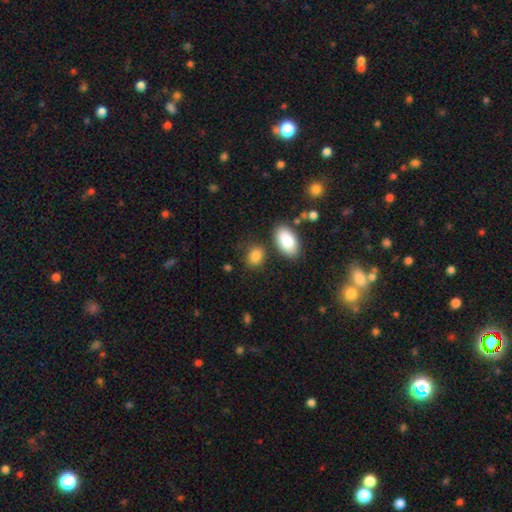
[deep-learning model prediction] A smooth galaxy with no disk features (86%) that is in between round and cigar-shaped (69%). Merging: none (73%).